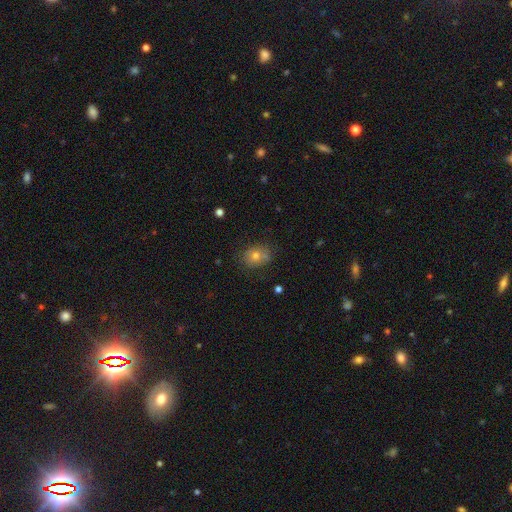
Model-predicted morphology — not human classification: Smooth or featured?
  - smooth: 70% *
  - featured or disk: 16%
  - star or artifact: 14%
How rounded?
  - round: 57% *
  - in between: 42%
  - cigar-shaped: 1%
Merging?
  - none: 71% *
  - minor disturbance: 18%
  - merger: 7%
  - major disturbance: 5%